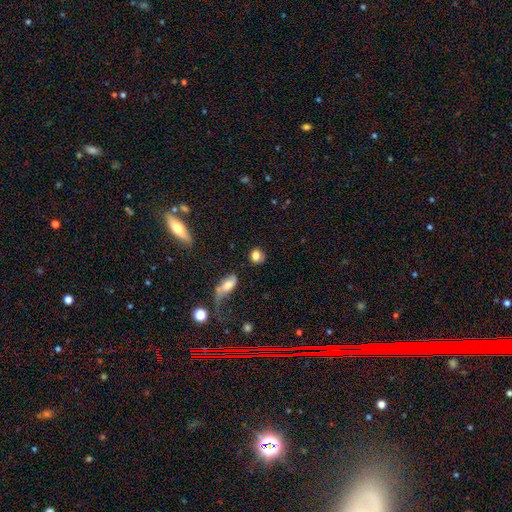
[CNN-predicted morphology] Smooth or featured: smooth — 79% (featured or disk — 11%)
How rounded: round — 72% (in between — 26%)
Merging: none — 68% (minor disturbance — 17%)